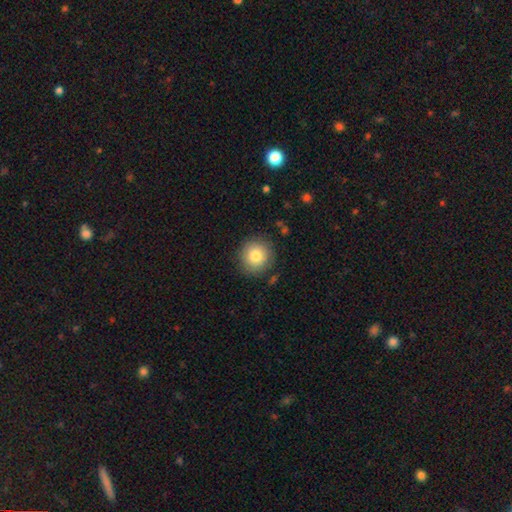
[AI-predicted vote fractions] This appears to be a smooth galaxy with no disk features (81%) that is round (94%). Merging: none (86%).